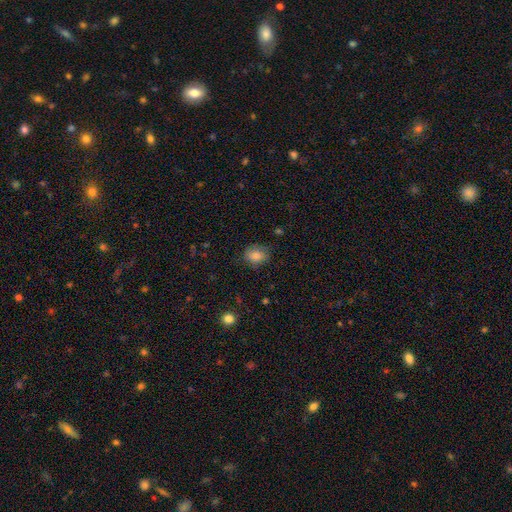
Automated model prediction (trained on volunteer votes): The model was most divided on "how rounded": round: 53%, in between: 46%, cigar-shaped: 1%. More confident: smooth or featured — smooth (83%); merging — none (75%).